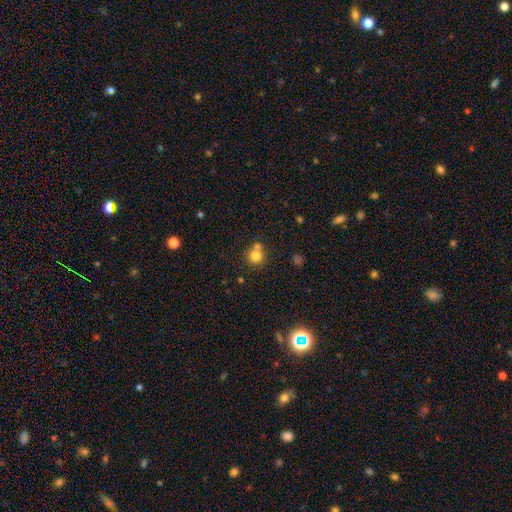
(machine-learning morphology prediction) This appears to be a smooth galaxy with no disk features (78%) that is round (90%). Merging: none (55%).